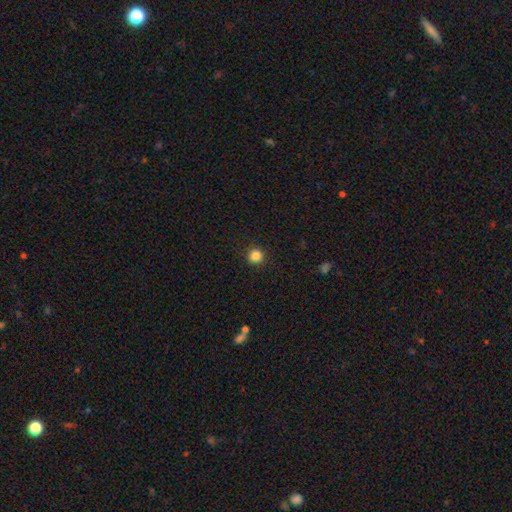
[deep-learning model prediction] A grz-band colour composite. It shows a smooth galaxy with no disk features (85%) that is round (94%). Merging: none (92%).